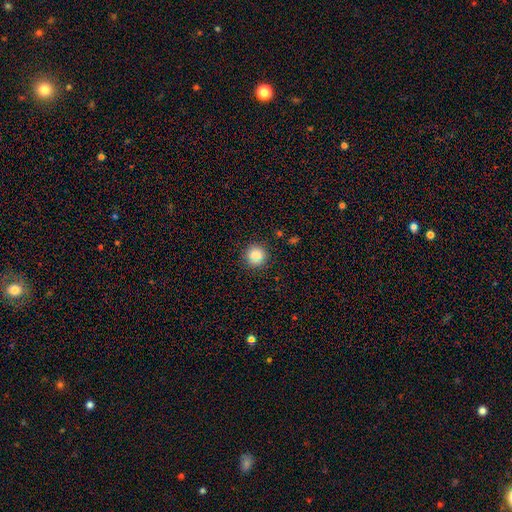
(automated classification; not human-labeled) smooth_or_featured: smooth (p=0.84) [alt: star or artifact p=0.11]
how_rounded: round (p=0.93) [alt: in between p=0.06]
merging: none (p=0.89) [alt: minor disturbance p=0.08]